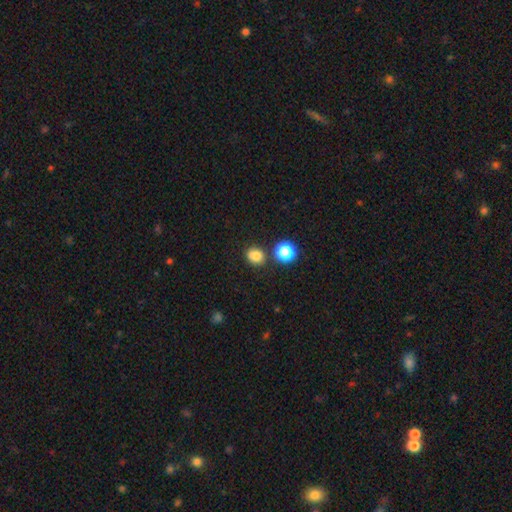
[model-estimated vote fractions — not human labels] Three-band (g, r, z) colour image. It shows a smooth galaxy with no disk features (79%) that is round (70%). Merging: none (71%).